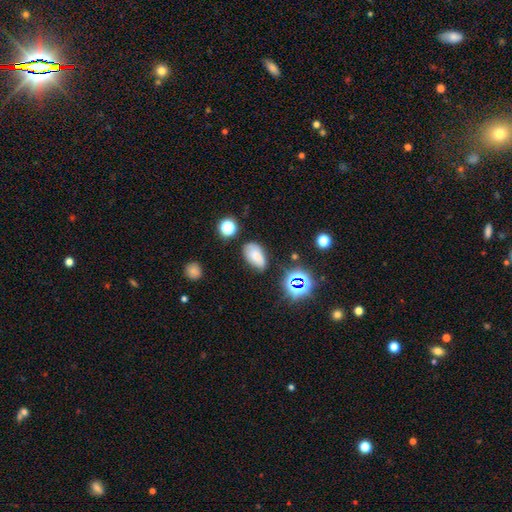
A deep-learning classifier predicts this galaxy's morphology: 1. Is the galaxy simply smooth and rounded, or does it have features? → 68% smooth, 17% star or artifact, 15% featured or disk.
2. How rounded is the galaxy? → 91% in between, 7% round, 2% cigar-shaped.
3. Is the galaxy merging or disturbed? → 65% none, 25% minor disturbance, 7% major disturbance, 4% merger.